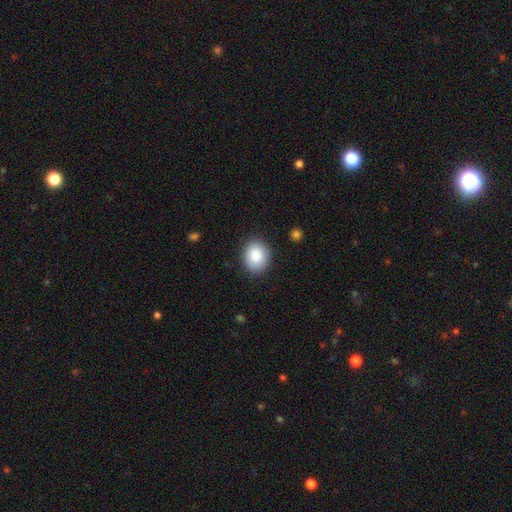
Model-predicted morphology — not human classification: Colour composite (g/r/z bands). It shows a smooth galaxy with no disk features (86%) that is round (53%). Merging: none (88%).